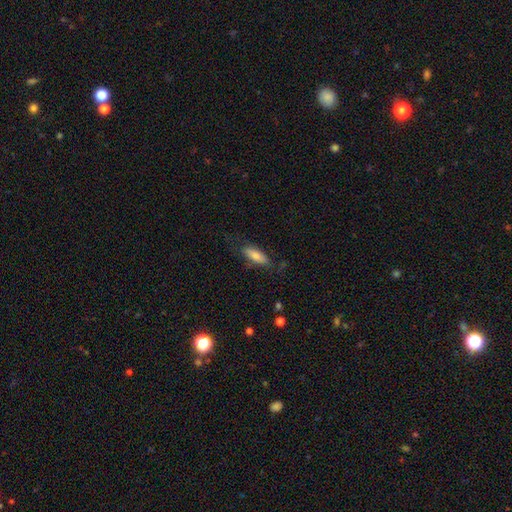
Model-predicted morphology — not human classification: This appears to be a smooth galaxy with no disk features (77%) that is in between round and cigar-shaped (62%). Merging: none (72%).